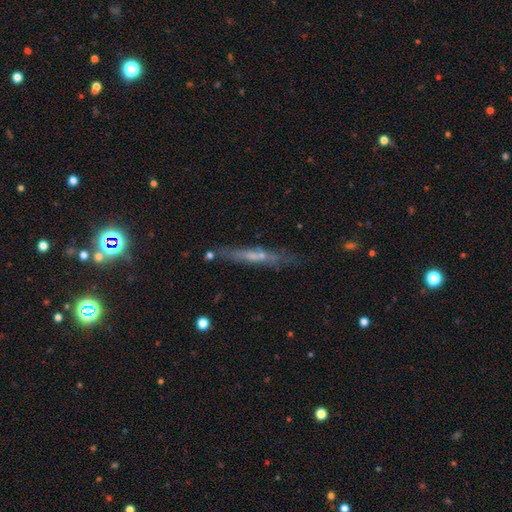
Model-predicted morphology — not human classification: Smooth or featured?
  - featured or disk: 53% *
  - smooth: 38%
  - star or artifact: 10%
Edge-on disk?
  - yes: 82% *
  - no: 18%
Merging?
  - none: 73% *
  - minor disturbance: 16%
  - merger: 5%
  - major disturbance: 5%